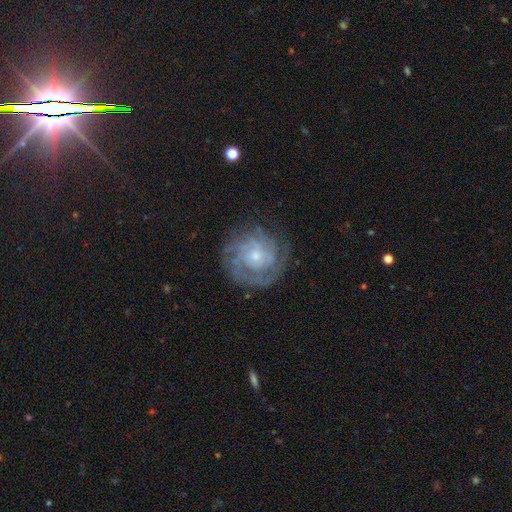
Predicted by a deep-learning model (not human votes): smooth_or_featured: featured or disk (p=0.80) [alt: smooth p=0.13]
disk_edge_on: no (p=0.97) [alt: yes p=0.03]
bar: no (p=0.77) [alt: weak p=0.20]
has_spiral_arms: yes (p=0.92) [alt: no p=0.08]
spiral_winding: tight (p=0.72) [alt: medium p=0.22]
spiral_arm_count: can't tell (p=0.41) [alt: 3 p=0.19]
bulge_size: small (p=0.54) [alt: moderate p=0.39]
merging: none (p=0.75) [alt: minor disturbance p=0.16]